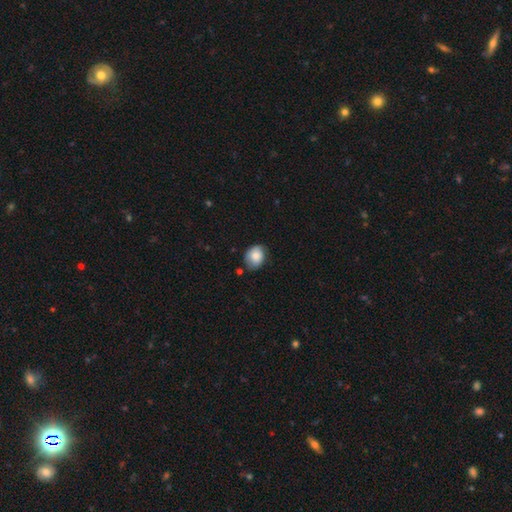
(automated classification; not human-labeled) Smooth or featured? smooth (81%)
How rounded? in between (54%)
Merging? none (68%)